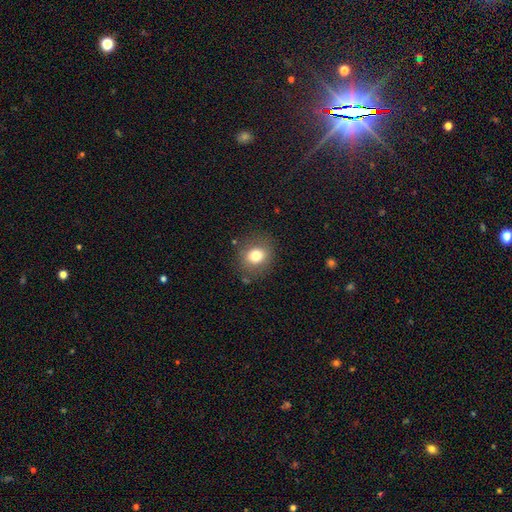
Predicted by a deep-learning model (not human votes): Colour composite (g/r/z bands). It shows a smooth galaxy with no disk features (77%) that is round (68%). Merging: none (82%).